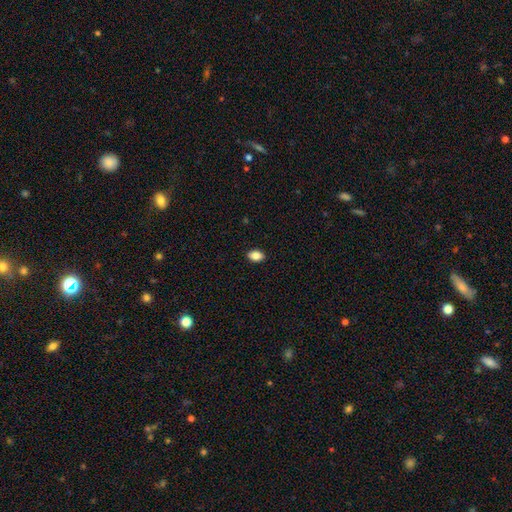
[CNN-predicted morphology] Smooth or featured? Predicted: smooth (p=0.86). How rounded? Predicted: in between (p=0.84). Merging? Predicted: none (p=0.90).